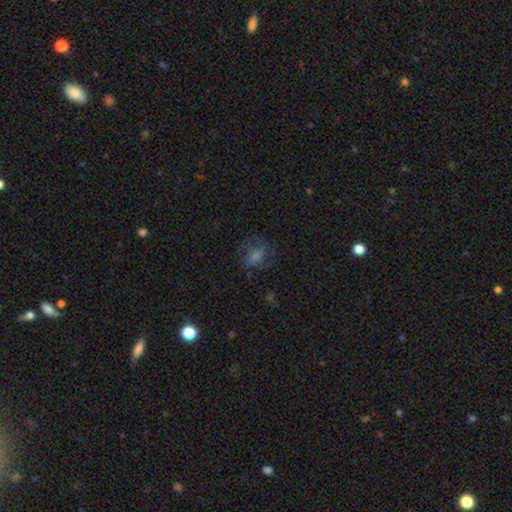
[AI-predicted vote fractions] Smooth or featured: smooth — 47% (featured or disk — 28%)
Merging: none — 68% (minor disturbance — 18%)